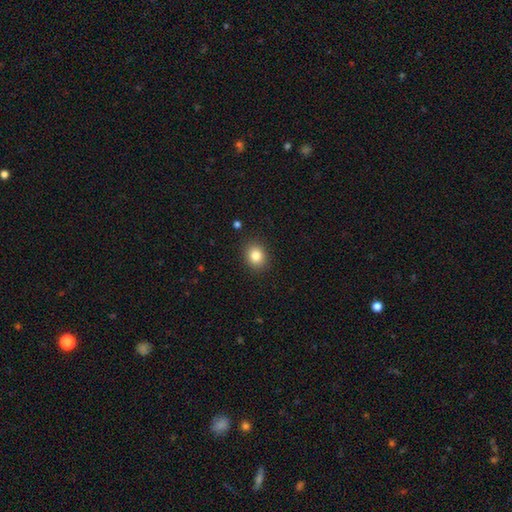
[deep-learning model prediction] Morphology: type=smooth (83%); roundness=round (64%); merging=none (89%).